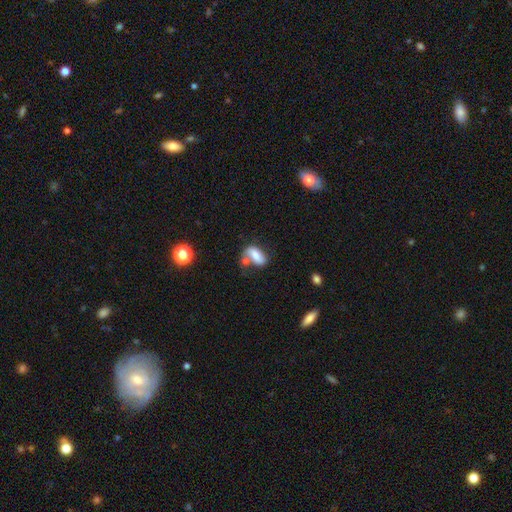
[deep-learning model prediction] smooth_or_featured: smooth (p=0.62) [alt: featured or disk p=0.30]
how_rounded: in between (p=0.86) [alt: cigar-shaped p=0.07]
merging: none (p=0.44) [alt: merger p=0.24]